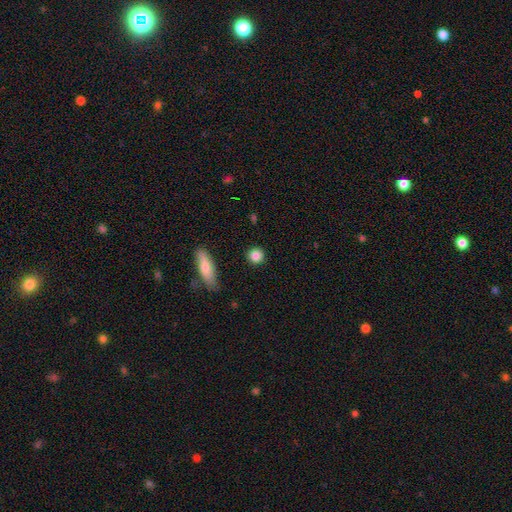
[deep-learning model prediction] Overall: smooth (86%). How rounded: round (89%). Merging: none (89%).